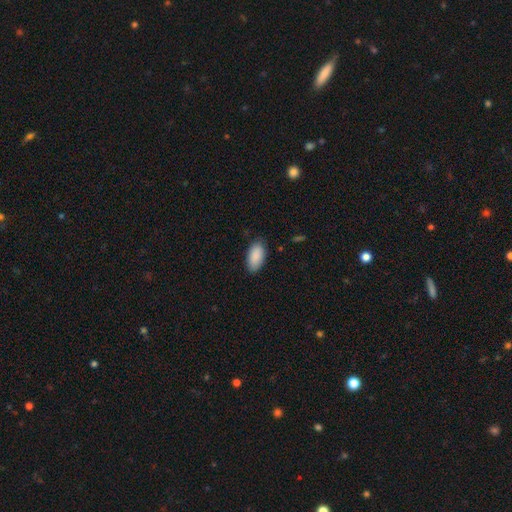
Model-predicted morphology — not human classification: smooth-or-featured: smooth: 90% | star or artifact: 6% | featured or disk: 4%
  how-rounded: in between: 94% | cigar-shaped: 3% | round: 2%
  merging: none: 82% | minor disturbance: 14% | major disturbance: 3% | merger: 1%